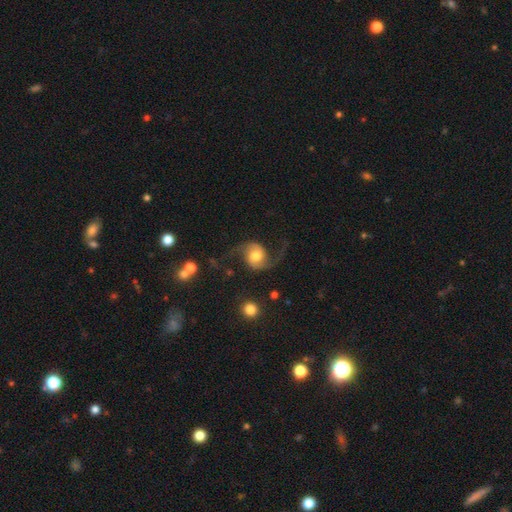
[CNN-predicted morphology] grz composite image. It shows a featured or disk galaxy (83%) with no bar (64%), 2 (93%) loose (68%) spiral arms (97%) and a moderate central bulge (64%). Merging: none (69%).